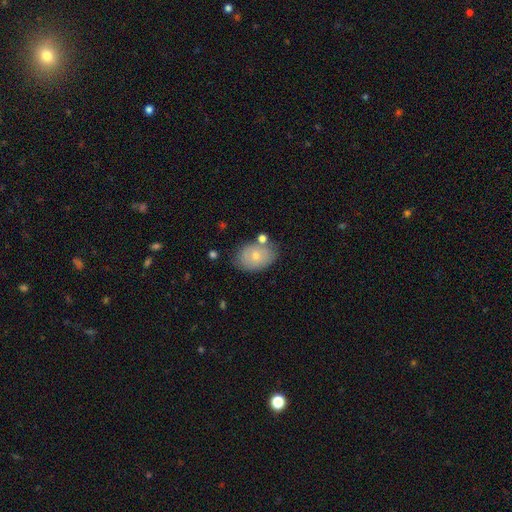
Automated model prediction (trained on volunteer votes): A smooth galaxy with no disk features (68%) that is in between round and cigar-shaped (75%). Merging: none (68%).